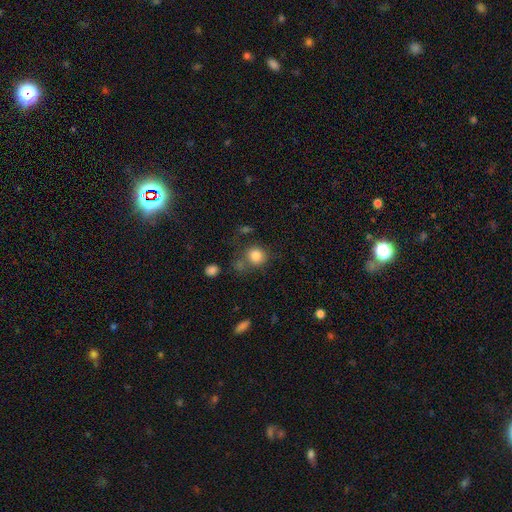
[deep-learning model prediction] A smooth galaxy with no disk features (83%) that is round (85%). Merging: none (66%).